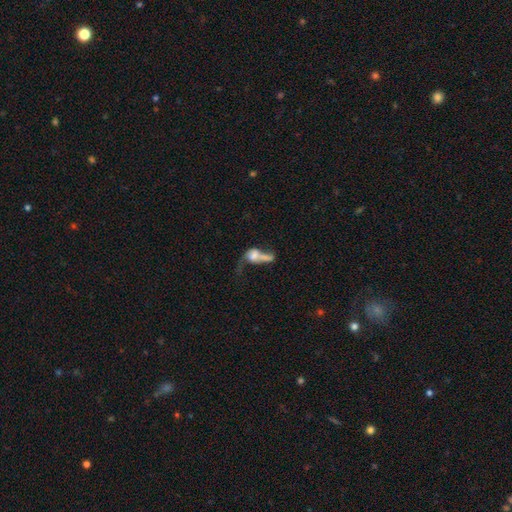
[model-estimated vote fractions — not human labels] smooth_or_featured: smooth (p=0.45) [alt: featured or disk p=0.43]
merging: merger (p=0.49) [alt: major disturbance p=0.28]